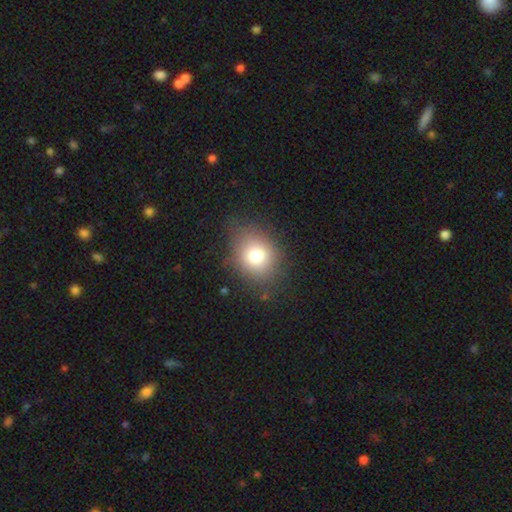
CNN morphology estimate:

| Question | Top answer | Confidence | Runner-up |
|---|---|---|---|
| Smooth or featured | smooth | 77% | star or artifact (12%) |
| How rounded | round | 60% | in between (39%) |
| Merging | none | 74% | minor disturbance (17%) |